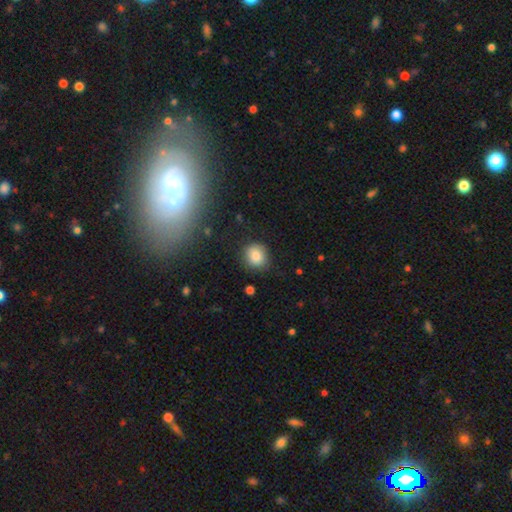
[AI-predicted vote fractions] Overall: smooth (83%). How rounded: round (81%). Merging: none (82%).